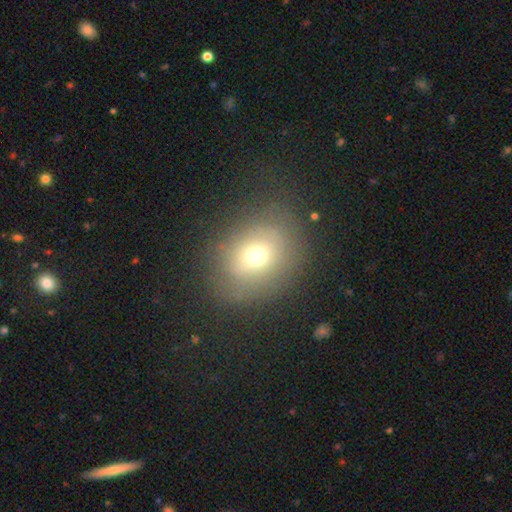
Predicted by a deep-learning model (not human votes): This appears to be a smooth galaxy with no disk features (67%) that is round (53%). Merging: none (73%).